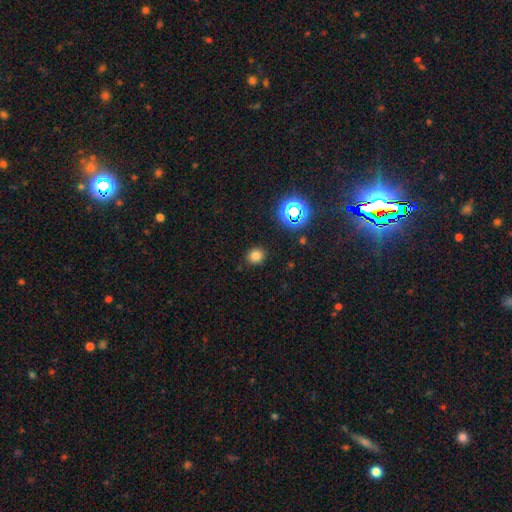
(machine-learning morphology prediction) Smooth or featured: smooth — 77% (star or artifact — 18%)
How rounded: round — 70% (in between — 29%)
Merging: none — 89% (minor disturbance — 8%)